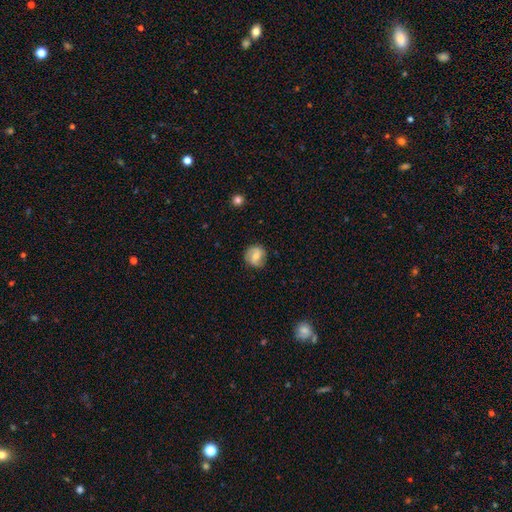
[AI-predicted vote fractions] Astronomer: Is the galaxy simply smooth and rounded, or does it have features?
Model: smooth — 49% (runner-up: featured or disk, 43%).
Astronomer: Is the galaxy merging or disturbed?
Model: none — 80%.